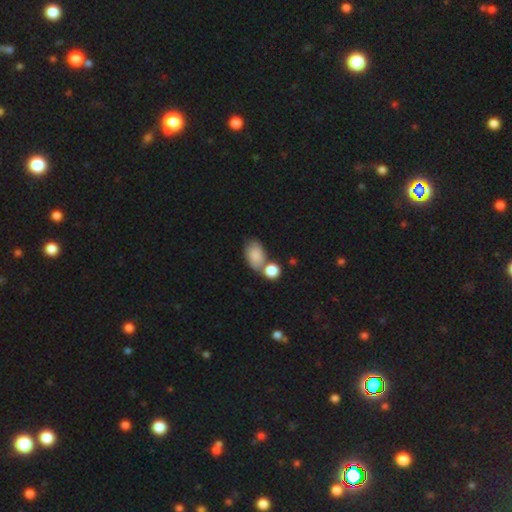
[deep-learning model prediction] The model was most divided on "merging": none: 46%, merger: 33%, minor disturbance: 16%, major disturbance: 6%. More confident: how rounded — in between (86%); smooth or featured — smooth (83%).